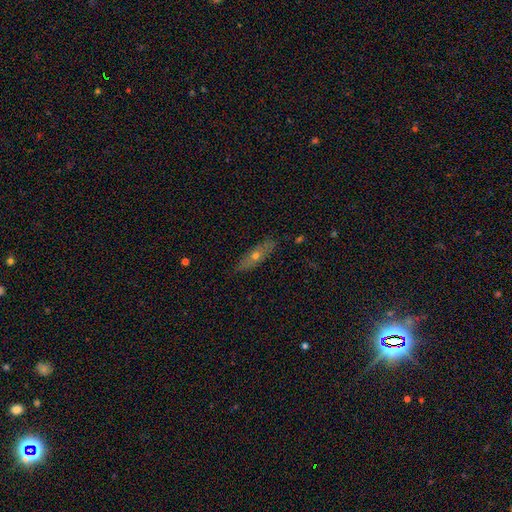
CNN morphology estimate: featured or disk 48%, smooth 43%, star or artifact 8%. Down the decision tree: merging — none (85%).